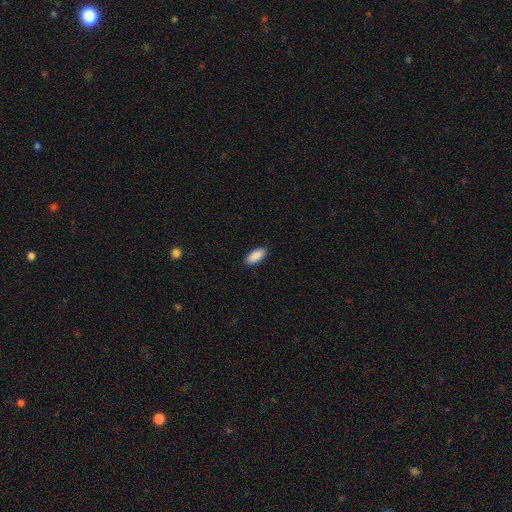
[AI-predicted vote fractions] smooth-or-featured: smooth: 91% | star or artifact: 6% | featured or disk: 3%
  how-rounded: in between: 87% | cigar-shaped: 11% | round: 2%
  merging: none: 90% | minor disturbance: 8% | major disturbance: 2% | merger: 1%